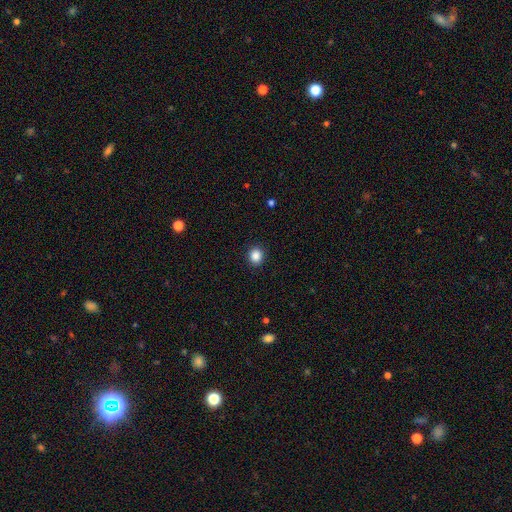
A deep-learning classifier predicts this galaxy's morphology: Smooth or featured?
  - smooth: 87% *
  - star or artifact: 10%
  - featured or disk: 3%
How rounded?
  - round: 77% *
  - in between: 22%
  - cigar-shaped: 1%
Merging?
  - none: 91% *
  - minor disturbance: 6%
  - major disturbance: 2%
  - merger: 1%